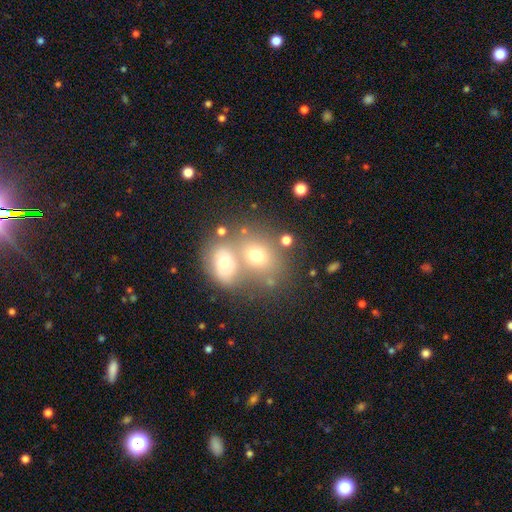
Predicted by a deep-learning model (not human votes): This is likely a smooth galaxy (64%). How rounded: possibly round (53%). Merging: possibly merger (49%).